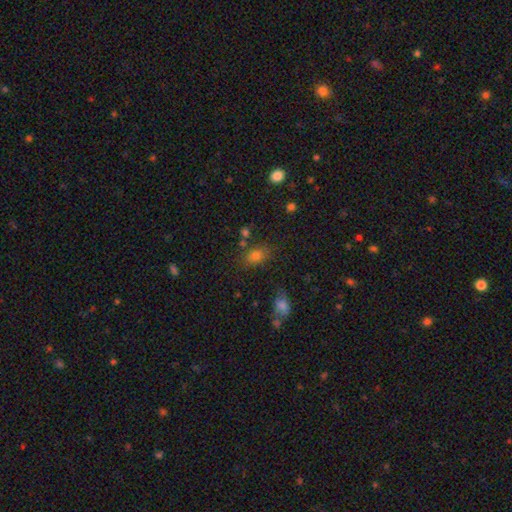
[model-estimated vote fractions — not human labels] This appears to be a smooth galaxy with no disk features (75%) that is in between round and cigar-shaped (75%). Merging: none (74%).